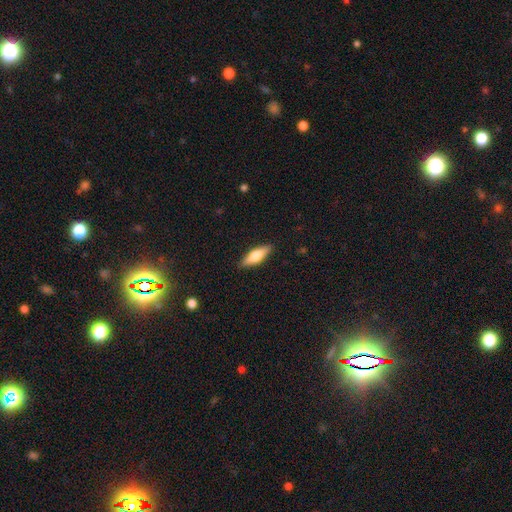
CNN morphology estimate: type=smooth (58%); roundness=in between (49%, tied with cigar-shaped); merging=none (89%).